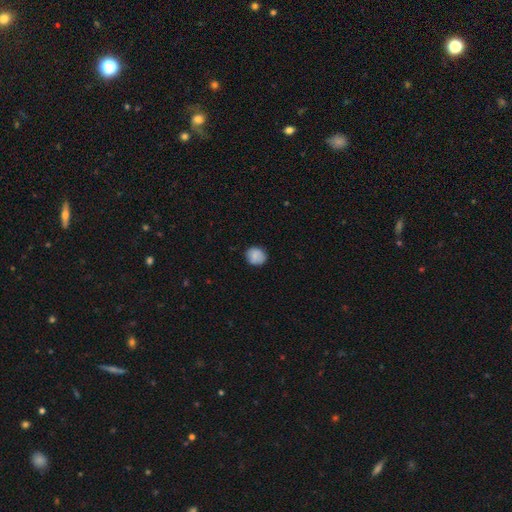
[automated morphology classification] type=smooth (83%); roundness=round (79%); merging=none (82%).